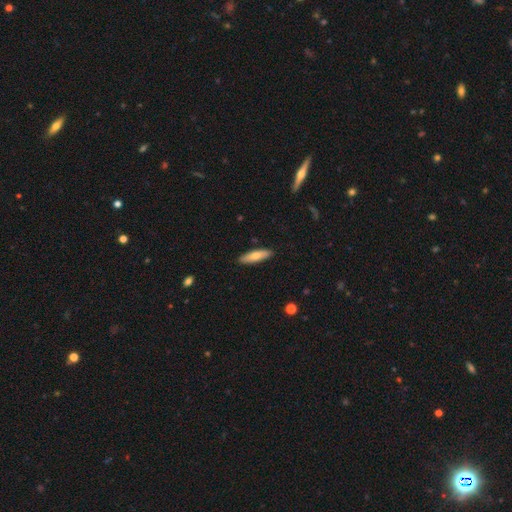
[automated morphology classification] Smooth or featured? smooth (71%)
How rounded? cigar-shaped (67%)
Merging? none (90%)